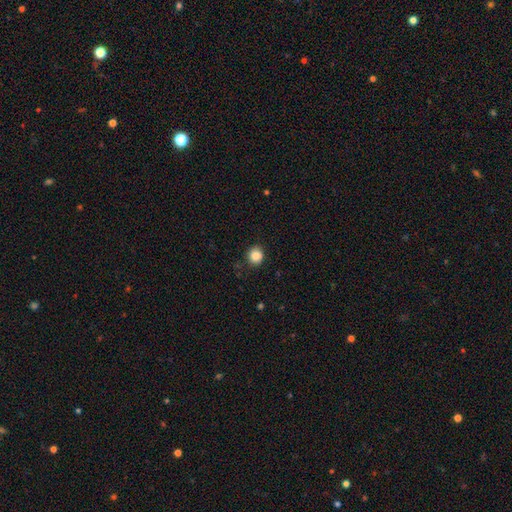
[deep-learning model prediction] A smooth galaxy with no disk features (86%) that is round (89%).

Vote fractions:
- Smooth or featured? smooth: 86% / star or artifact: 10% / featured or disk: 3%
- How rounded? round: 89% / in between: 10% / cigar-shaped: 1%
- Merging? none: 87% / minor disturbance: 9% / major disturbance: 2% / merger: 1%